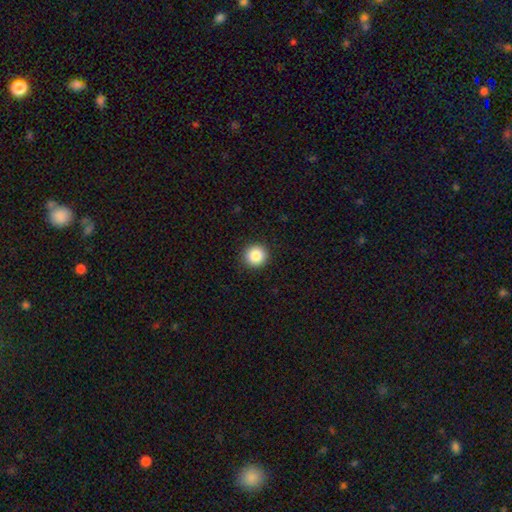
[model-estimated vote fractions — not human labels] Smooth or featured: smooth — 87% (star or artifact — 9%)
How rounded: round — 94% (in between — 5%)
Merging: none — 92% (minor disturbance — 5%)